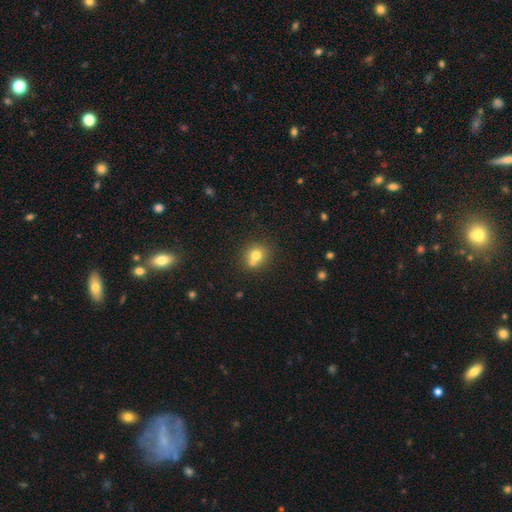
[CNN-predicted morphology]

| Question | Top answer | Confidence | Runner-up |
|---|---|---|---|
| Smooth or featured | smooth | 73% | featured or disk (15%) |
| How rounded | round | 77% | in between (22%) |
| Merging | none | 50% | merger (37%) |